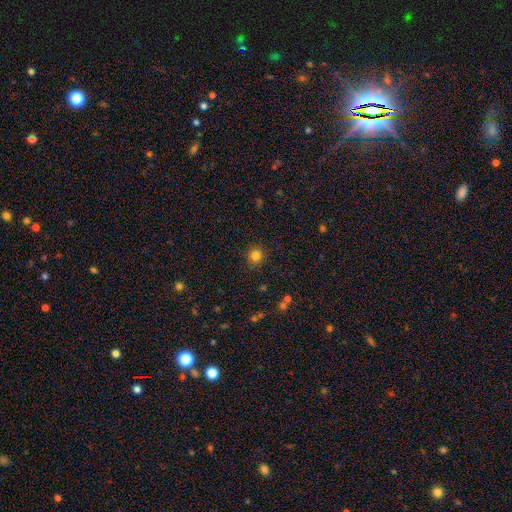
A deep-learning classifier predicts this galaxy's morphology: Overall: smooth (81%). How rounded: round (90%). Merging: none (88%).